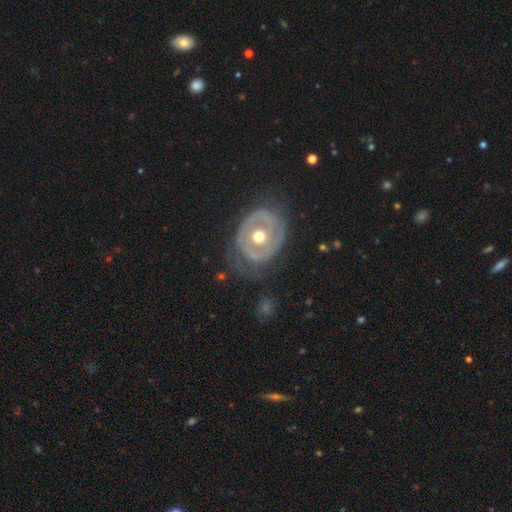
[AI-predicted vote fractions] A featured or disk galaxy (73%) with no bar (74%), no spiral arms (55%) and a moderate central bulge (77%). Merging: none (65%).